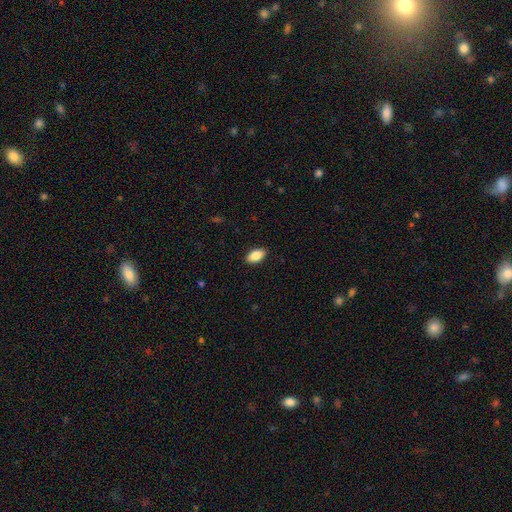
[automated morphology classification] A smooth galaxy with no disk features (88%) that is in between round and cigar-shaped (93%).

Vote fractions:
- Smooth or featured? smooth: 88% / star or artifact: 7% / featured or disk: 5%
- How rounded? in between: 93% / round: 3% / cigar-shaped: 3%
- Merging? none: 89% / minor disturbance: 8% / major disturbance: 2% / merger: 1%